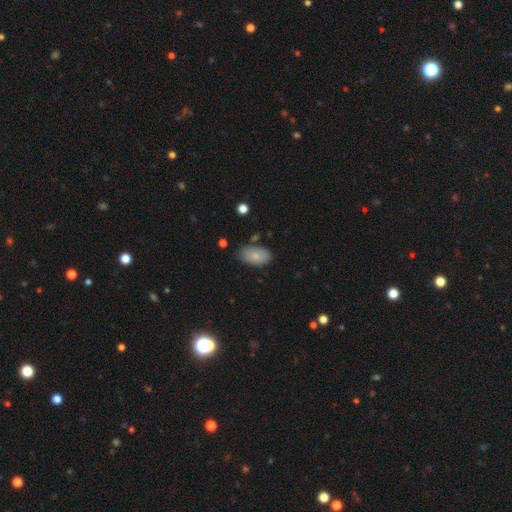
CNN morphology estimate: Smooth or featured? Predicted: smooth (p=0.82). How rounded? Predicted: in between (p=0.93). Merging? Predicted: none (p=0.76).